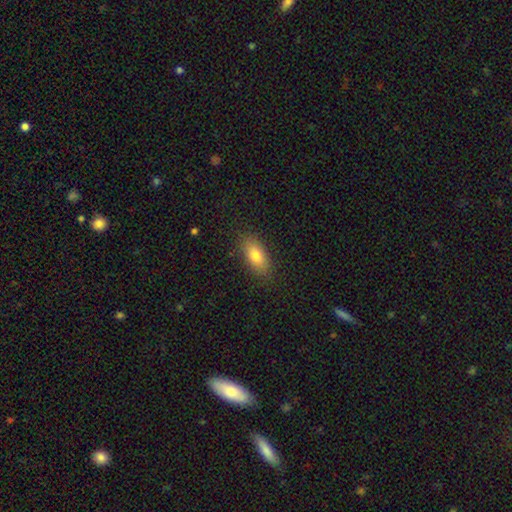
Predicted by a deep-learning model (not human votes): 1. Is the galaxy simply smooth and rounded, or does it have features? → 80% smooth, 12% featured or disk, 8% star or artifact.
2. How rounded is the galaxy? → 86% in between, 9% cigar-shaped, 5% round.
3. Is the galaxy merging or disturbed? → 85% none, 11% minor disturbance, 3% major disturbance, 1% merger.